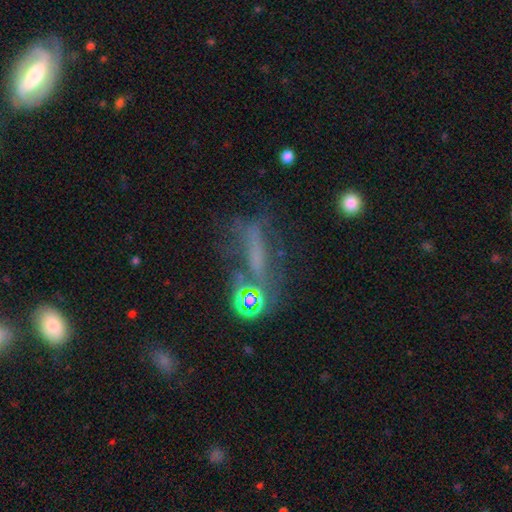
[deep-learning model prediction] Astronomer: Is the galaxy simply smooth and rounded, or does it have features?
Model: featured or disk — 37% (runner-up: smooth, 35%).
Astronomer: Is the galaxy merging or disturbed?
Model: none — 46% (runner-up: major disturbance, 23%).